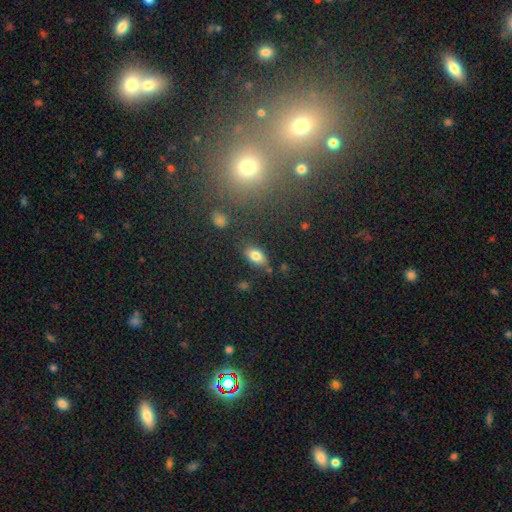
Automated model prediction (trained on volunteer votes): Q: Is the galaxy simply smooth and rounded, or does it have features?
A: smooth — 80%.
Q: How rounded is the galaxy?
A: in between — 90%.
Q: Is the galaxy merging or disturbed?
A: none — 78%.